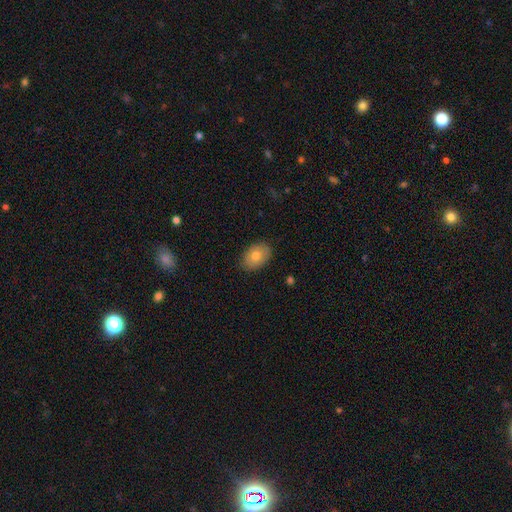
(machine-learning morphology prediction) Overall: smooth (77%). How rounded: in between (82%). Merging: none (86%).